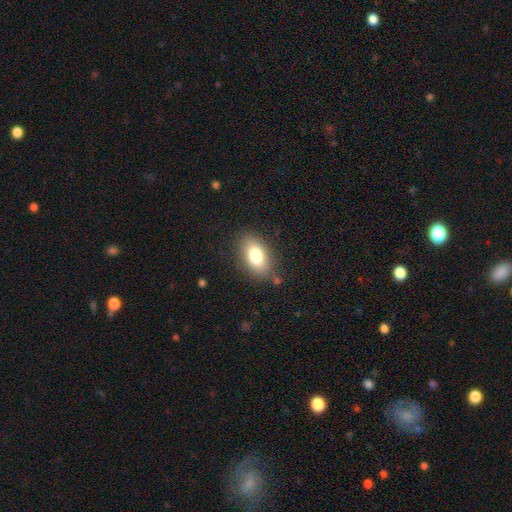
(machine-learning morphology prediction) smooth 79%, featured or disk 13%, star or artifact 8%. Down the decision tree: how rounded — in between (90%); merging — none (81%).